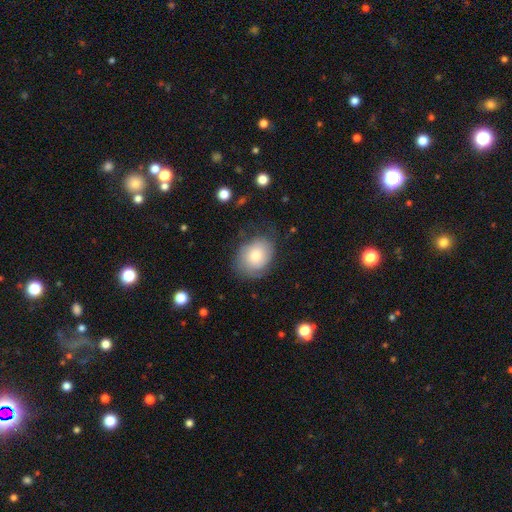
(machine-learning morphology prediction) This is likely a smooth galaxy (69%). How rounded: possibly in between (59%). Merging: likely none (63%).